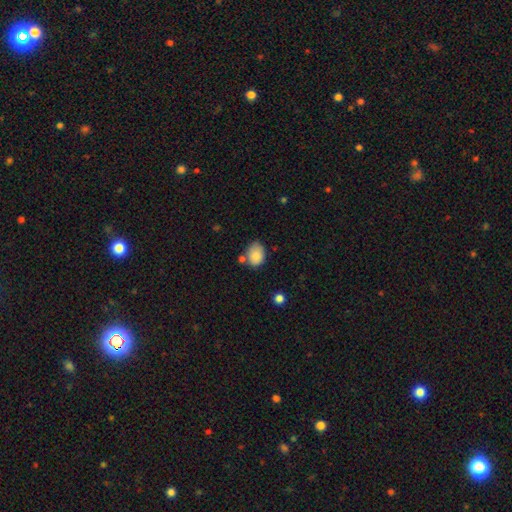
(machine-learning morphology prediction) Smooth or featured?
  - smooth: 85% *
  - star or artifact: 8%
  - featured or disk: 7%
How rounded?
  - in between: 70% *
  - round: 29%
  - cigar-shaped: 1%
Merging?
  - none: 58% *
  - minor disturbance: 24%
  - merger: 12%
  - major disturbance: 6%